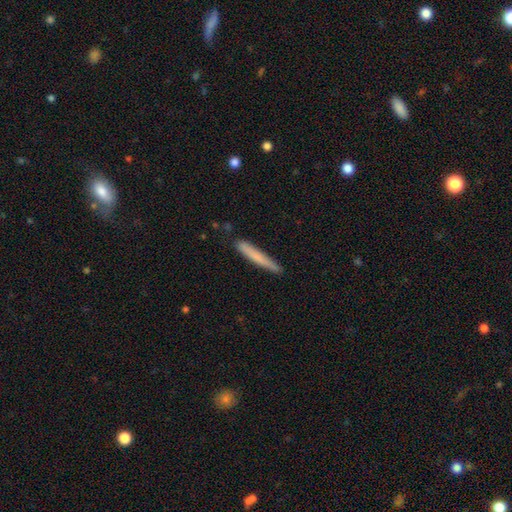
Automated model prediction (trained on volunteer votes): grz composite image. It shows a smooth galaxy with no disk features (73%) that is cigar-shaped (96%). Merging: none (84%).